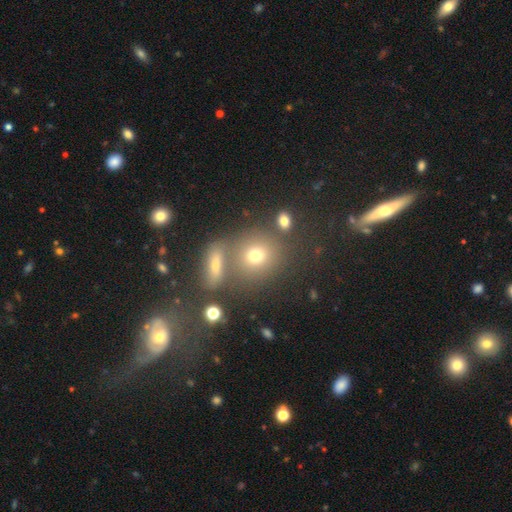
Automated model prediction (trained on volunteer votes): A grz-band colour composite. It shows a smooth galaxy with no disk features (72%) that is round (75%). Merging: none (60%).